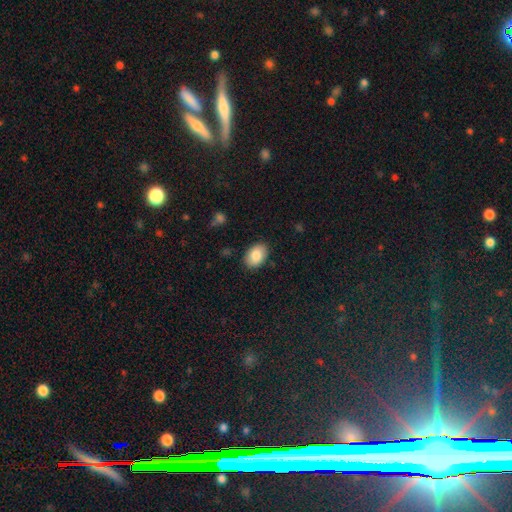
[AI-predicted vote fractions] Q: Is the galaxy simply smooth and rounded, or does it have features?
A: smooth — 85%.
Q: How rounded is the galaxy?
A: in between — 84%.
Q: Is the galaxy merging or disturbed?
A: none — 87%.